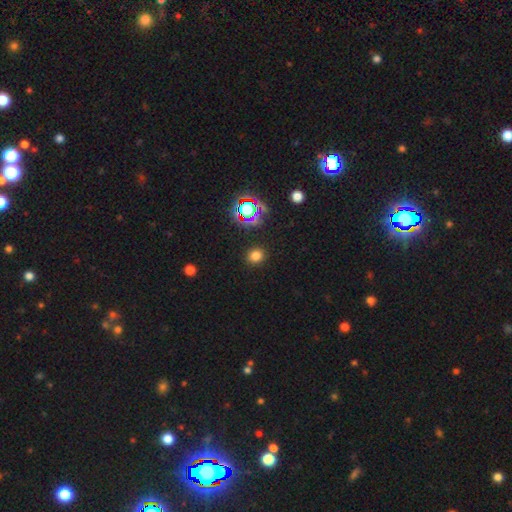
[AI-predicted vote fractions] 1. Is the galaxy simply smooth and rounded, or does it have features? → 75% smooth, 19% star or artifact, 6% featured or disk.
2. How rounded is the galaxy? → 79% round, 20% in between, 1% cigar-shaped.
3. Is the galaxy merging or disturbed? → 90% none, 6% minor disturbance, 2% major disturbance, 1% merger.